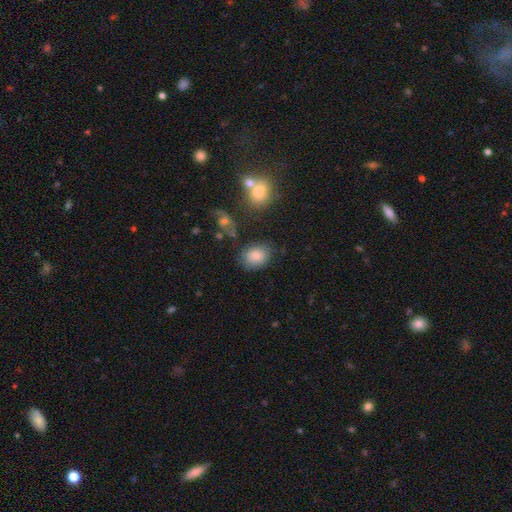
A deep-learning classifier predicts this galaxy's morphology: type=smooth (83%); roundness=in between (60%); merging=none (68%).